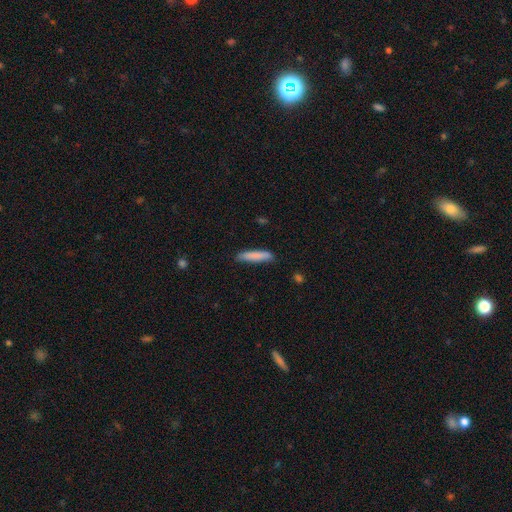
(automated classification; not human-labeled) Morphology: type=smooth (84%); roundness=cigar-shaped (89%); merging=none (85%).